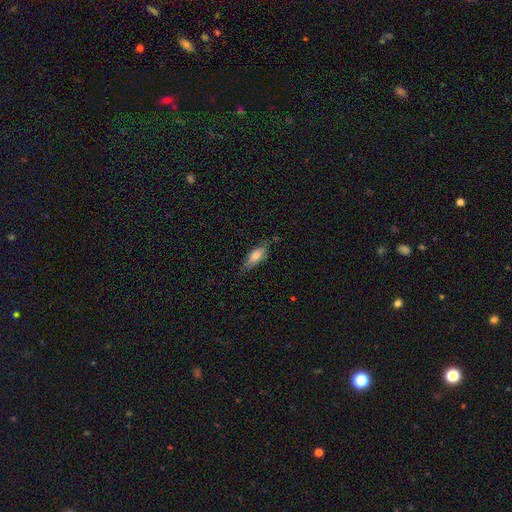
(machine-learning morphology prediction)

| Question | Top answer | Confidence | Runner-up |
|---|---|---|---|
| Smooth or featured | smooth | 66% | featured or disk (27%) |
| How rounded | in between | 58% | cigar-shaped (40%) |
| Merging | none | 69% | minor disturbance (23%) |